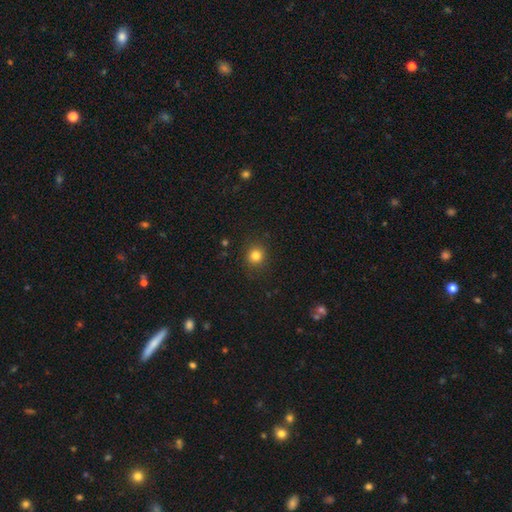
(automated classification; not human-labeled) smooth-or-featured: smooth: 82% | star or artifact: 13% | featured or disk: 5%
  how-rounded: round: 88% | in between: 11% | cigar-shaped: 1%
  merging: none: 89% | minor disturbance: 7% | major disturbance: 3% | merger: 1%